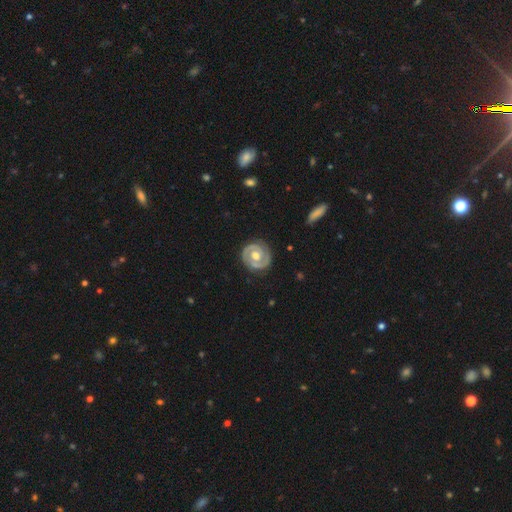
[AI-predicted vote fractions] smooth-or-featured: featured or disk: 87% | smooth: 9% | star or artifact: 4%
  disk-edge-on: no: 98% | yes: 2%
    bar: no: 60% | weak: 30% | strong: 11%
    has-spiral-arms: yes: 94% | no: 6%
      spiral-winding: tight: 68% | medium: 27% | loose: 5%
      spiral-arm-count: 2: 90% | can't tell: 3% | 1: 3% | 3: 2% | 4: 1% | more than 4: 1%
    bulge-size: moderate: 78% | large: 11% | small: 9% | dominant: 1% | none: 1%
  merging: none: 86% | minor disturbance: 10% | major disturbance: 3% | merger: 1%